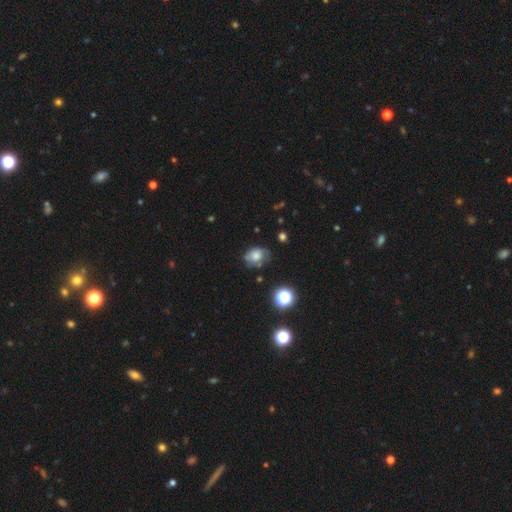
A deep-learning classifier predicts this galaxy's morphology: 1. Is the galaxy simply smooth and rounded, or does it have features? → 60% smooth, 27% featured or disk, 13% star or artifact.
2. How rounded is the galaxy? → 64% in between, 35% round, 1% cigar-shaped.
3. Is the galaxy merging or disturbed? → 56% none, 30% minor disturbance, 11% major disturbance, 3% merger.